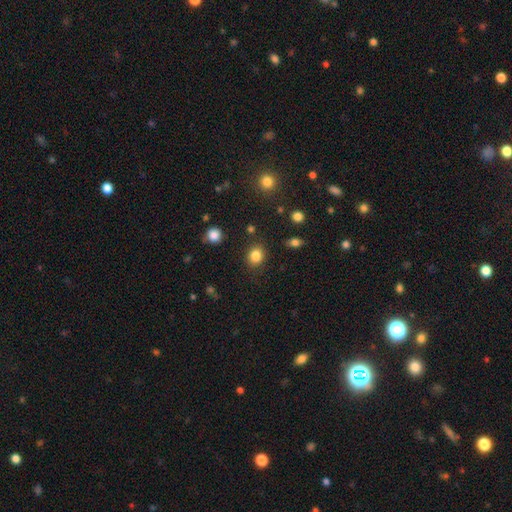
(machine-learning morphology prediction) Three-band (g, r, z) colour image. It shows a smooth galaxy with no disk features (84%) that is round (63%). Merging: none (85%).